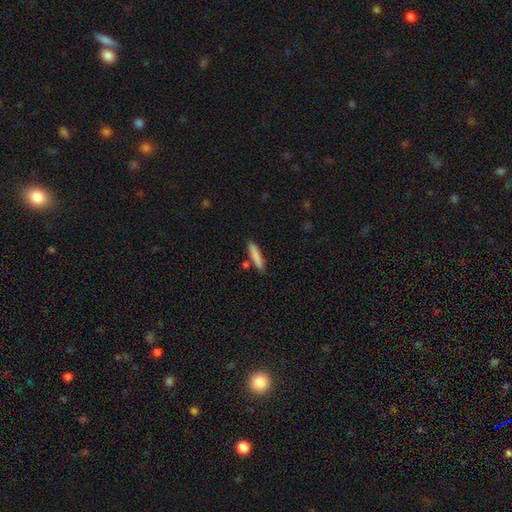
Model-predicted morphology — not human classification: type=smooth (84%); roundness=cigar-shaped (87%); merging=none (82%).